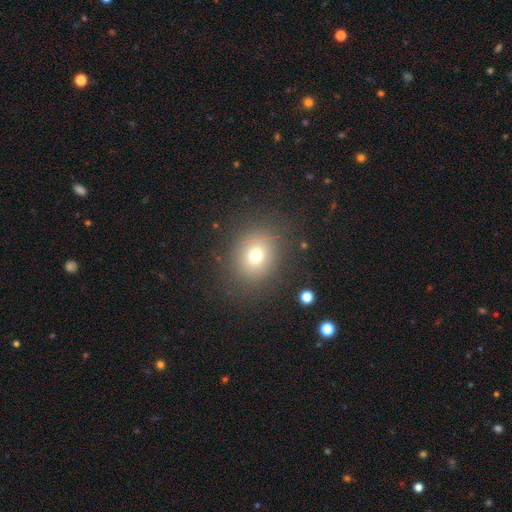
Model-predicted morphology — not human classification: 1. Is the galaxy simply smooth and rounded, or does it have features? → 70% smooth, 17% star or artifact, 12% featured or disk.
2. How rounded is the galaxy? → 68% round, 31% in between, 1% cigar-shaped.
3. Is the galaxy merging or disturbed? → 83% none, 10% minor disturbance, 6% major disturbance, 2% merger.